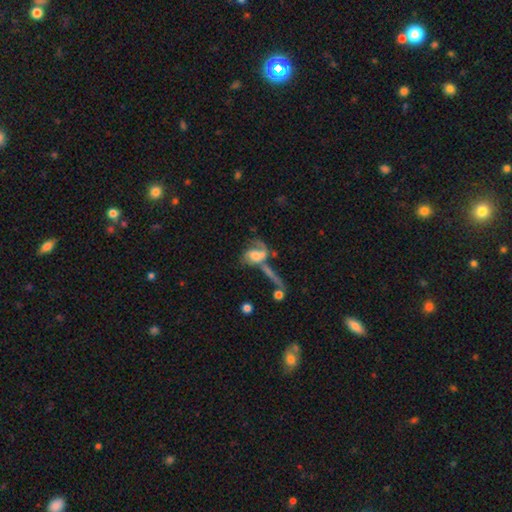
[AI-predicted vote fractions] Smooth or featured? featured or disk (59%)
Edge-on disk? no (92%)
Bar? no (68%)
Spiral arms? yes (70%)
Bulge size? moderate (48%)
Merging? merger (39%)